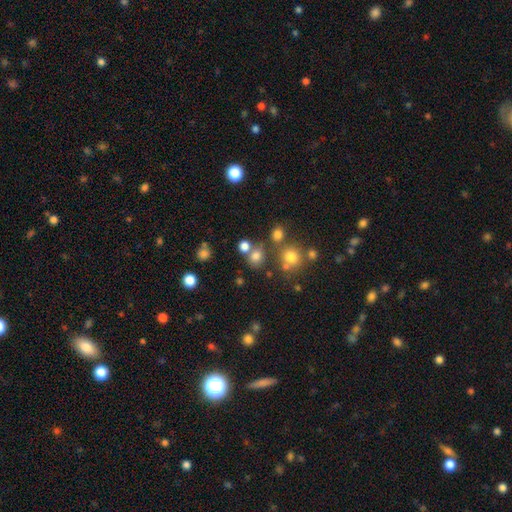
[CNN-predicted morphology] Q: Smooth or featured?
A: smooth (73%); runner-up: star or artifact (19%)
Q: How rounded?
A: round (77%); runner-up: in between (22%)
Q: Merging?
A: none (65%); runner-up: merger (20%)